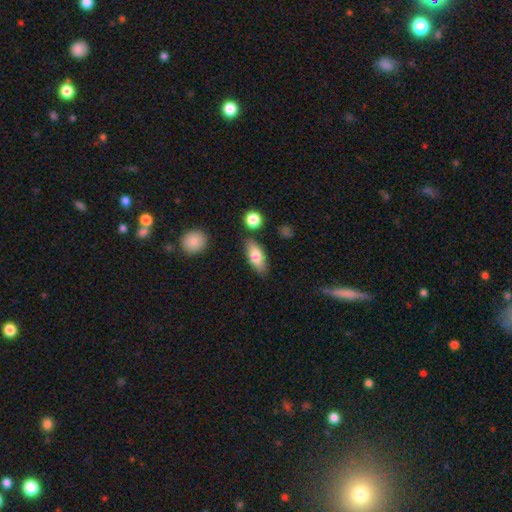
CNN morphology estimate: The model was most divided on "how rounded": in between: 78%, cigar-shaped: 18%, round: 3%. More confident: merging — none (79%); smooth or featured — smooth (78%).